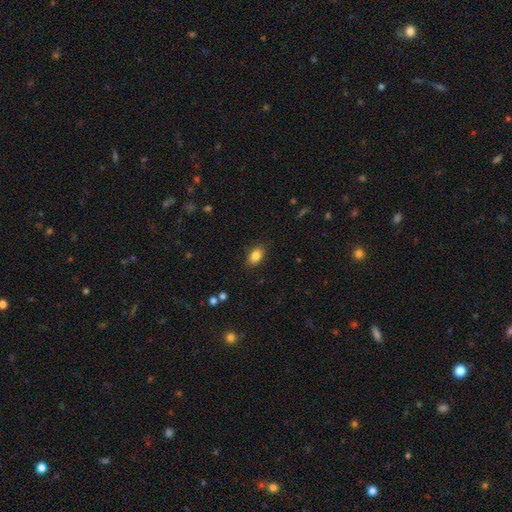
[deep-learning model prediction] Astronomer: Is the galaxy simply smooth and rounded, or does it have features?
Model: smooth — 86%.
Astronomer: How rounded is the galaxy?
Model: in between — 85%.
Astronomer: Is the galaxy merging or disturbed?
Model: none — 86%.